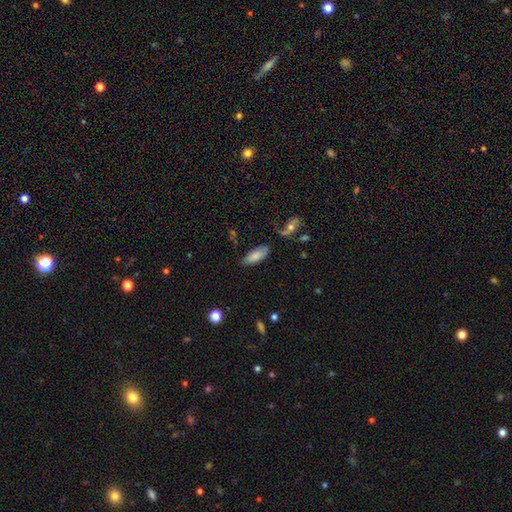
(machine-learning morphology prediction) smooth 79%, featured or disk 13%, star or artifact 7%. Down the decision tree: how rounded — in between (79%); merging — none (71%).